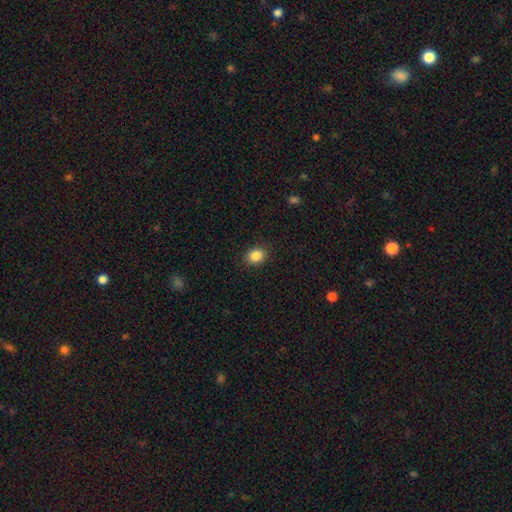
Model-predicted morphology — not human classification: This is clearly a smooth galaxy (86%). How rounded: possibly round (57%). Merging: clearly none (89%).